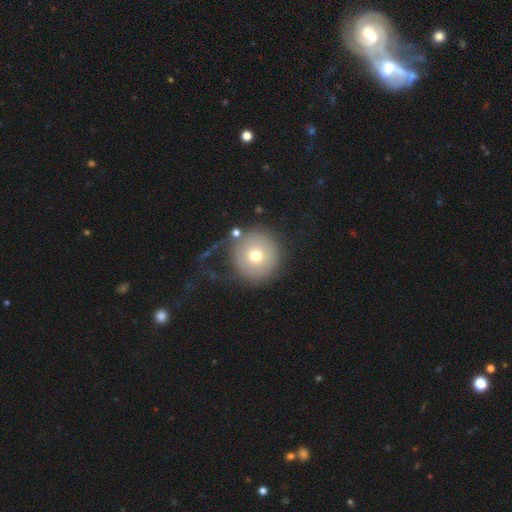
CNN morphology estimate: smooth-or-featured: smooth: 68% | featured or disk: 22% | star or artifact: 10%
  how-rounded: round: 95% | in between: 4% | cigar-shaped: 1%
  merging: none: 60% | major disturbance: 20% | minor disturbance: 14% | merger: 6%